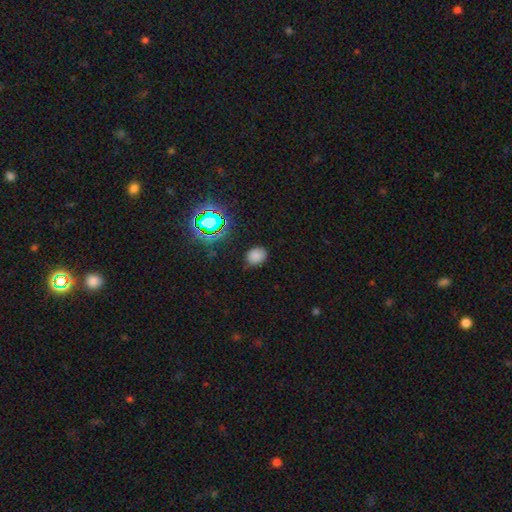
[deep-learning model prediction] A smooth galaxy with no disk features (75%) that is round (51%). Merging: none (79%).